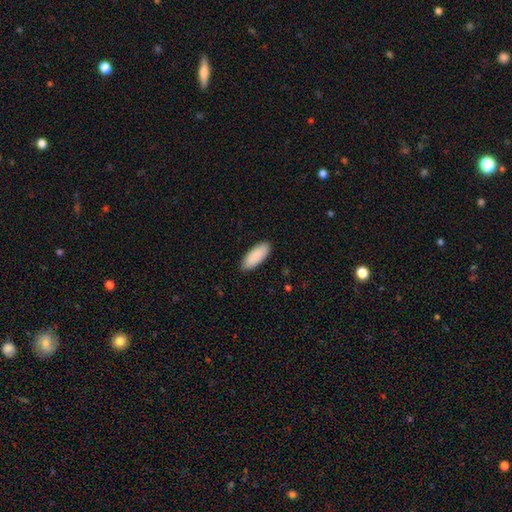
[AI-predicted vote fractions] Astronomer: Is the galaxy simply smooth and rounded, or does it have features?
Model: smooth — 91%.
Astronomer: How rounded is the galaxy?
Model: in between — 82%.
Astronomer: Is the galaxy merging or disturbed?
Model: none — 90%.